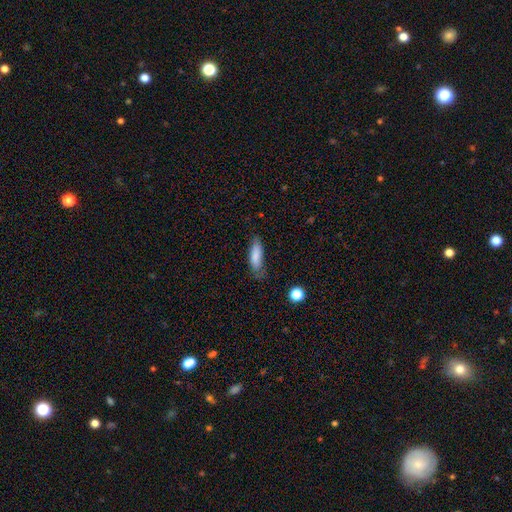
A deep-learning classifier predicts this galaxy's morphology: The model was most divided on "how rounded": in between: 51%, cigar-shaped: 48%, round: 2%. More confident: smooth or featured — smooth (83%); merging — none (65%).